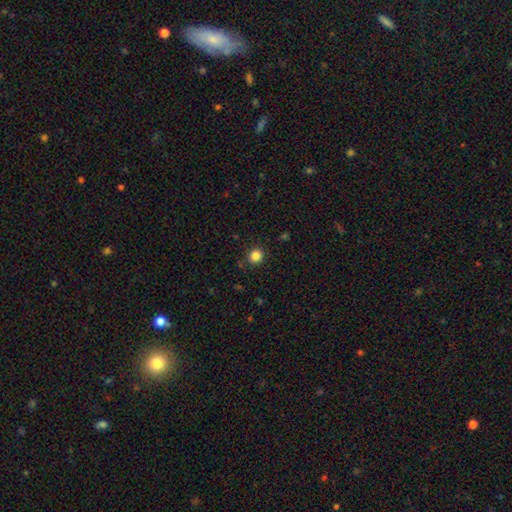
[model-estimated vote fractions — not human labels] This appears to be a smooth galaxy with no disk features (84%) that is round (92%). Merging: none (90%).